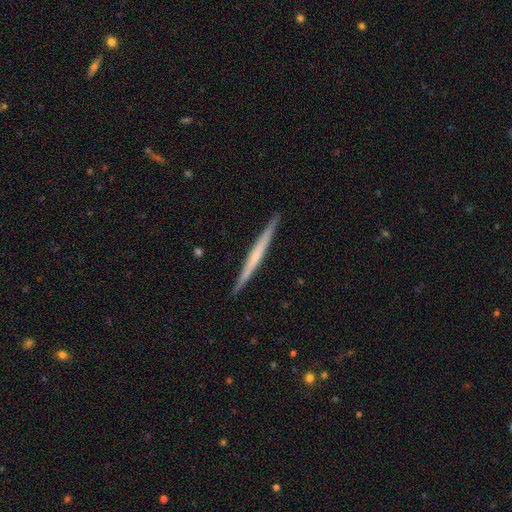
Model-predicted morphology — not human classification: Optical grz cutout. It shows a featured or disk galaxy (62%) viewed edge-on (98%) with no central bulge (66%). Merging: none (92%).